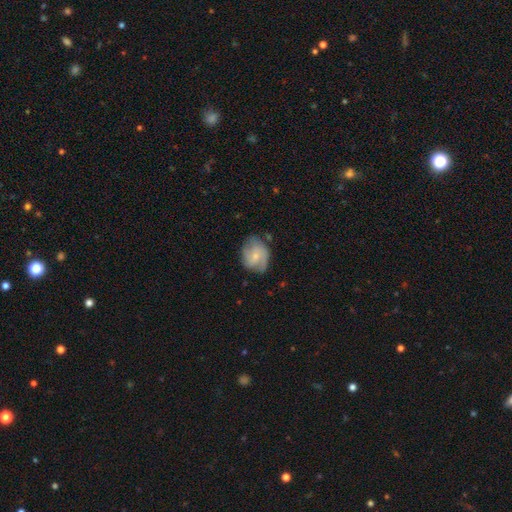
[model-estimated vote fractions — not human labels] Smooth or featured?
  - featured or disk: 58% *
  - smooth: 36%
  - star or artifact: 6%
Edge-on disk?
  - no: 97% *
  - yes: 3%
Bar?
  - no: 55% *
  - weak: 38%
  - strong: 7%
Spiral arms?
  - yes: 86% *
  - no: 14%
Bulge size?
  - small: 64% *
  - moderate: 29%
  - none: 5%
  - large: 1%
  - dominant: 1%
Merging?
  - none: 64% *
  - minor disturbance: 25%
  - major disturbance: 8%
  - merger: 2%